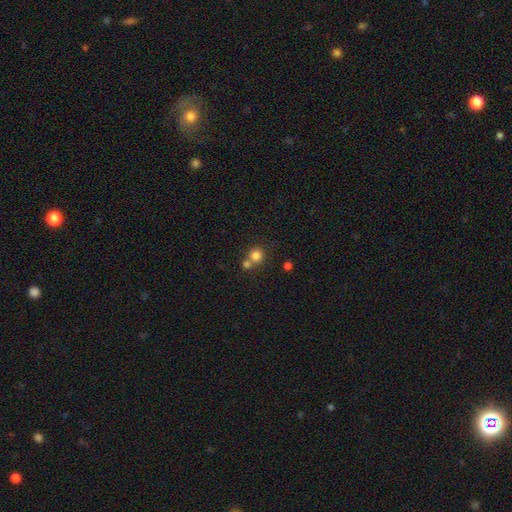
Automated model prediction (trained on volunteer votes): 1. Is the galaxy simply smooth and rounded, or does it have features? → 81% smooth, 12% star or artifact, 7% featured or disk.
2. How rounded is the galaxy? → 91% round, 8% in between, 1% cigar-shaped.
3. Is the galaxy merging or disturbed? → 51% none, 39% merger, 6% minor disturbance, 3% major disturbance.